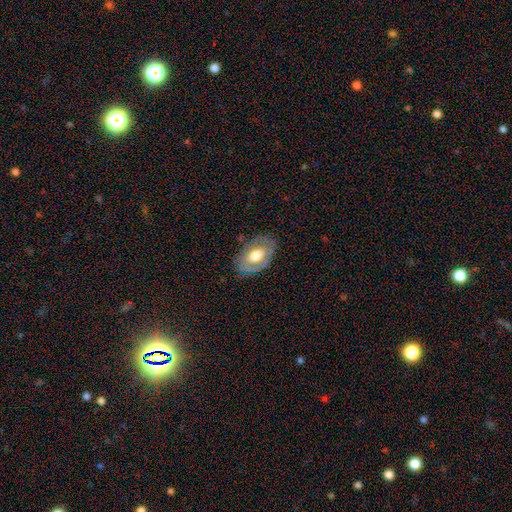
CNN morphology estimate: Smooth or featured?
  - smooth: 49% *
  - featured or disk: 45%
  - star or artifact: 6%
Merging?
  - none: 76% *
  - minor disturbance: 17%
  - major disturbance: 6%
  - merger: 1%